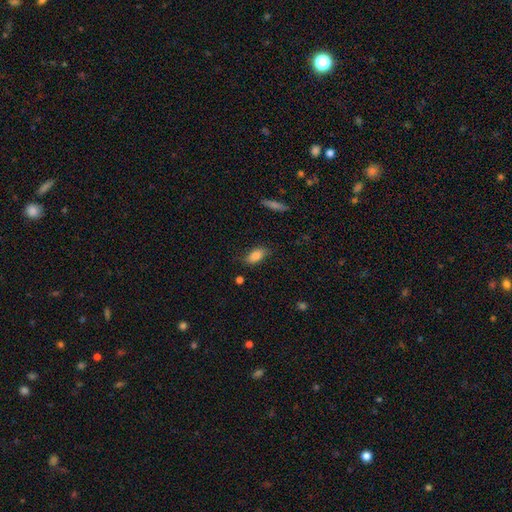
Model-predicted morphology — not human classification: Smooth or featured? Predicted: smooth (p=0.84). How rounded? Predicted: in between (p=0.89). Merging? Predicted: none (p=0.77).